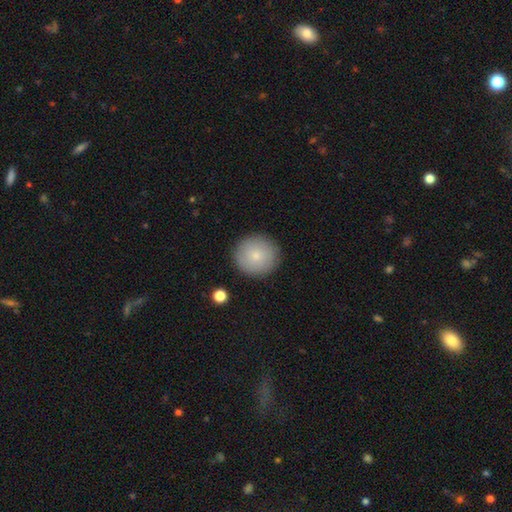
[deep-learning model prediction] smooth_or_featured: smooth (p=0.81) [alt: featured or disk p=0.12]
how_rounded: round (p=0.94) [alt: in between p=0.05]
merging: none (p=0.89) [alt: minor disturbance p=0.07]